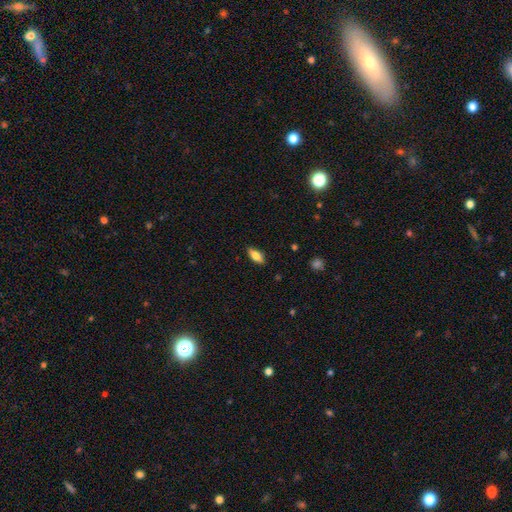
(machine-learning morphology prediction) Smooth or featured?
  - smooth: 73% *
  - featured or disk: 20%
  - star or artifact: 7%
How rounded?
  - in between: 82% *
  - cigar-shaped: 15%
  - round: 3%
Merging?
  - none: 88% *
  - minor disturbance: 10%
  - major disturbance: 2%
  - merger: 1%